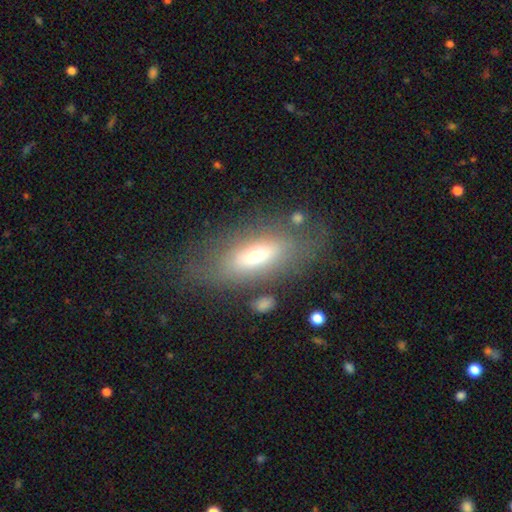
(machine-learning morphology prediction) The model was most divided on "smooth or featured": smooth: 50%, featured or disk: 40%, star or artifact: 10%. More confident: how rounded — in between (71%); merging — none (71%).